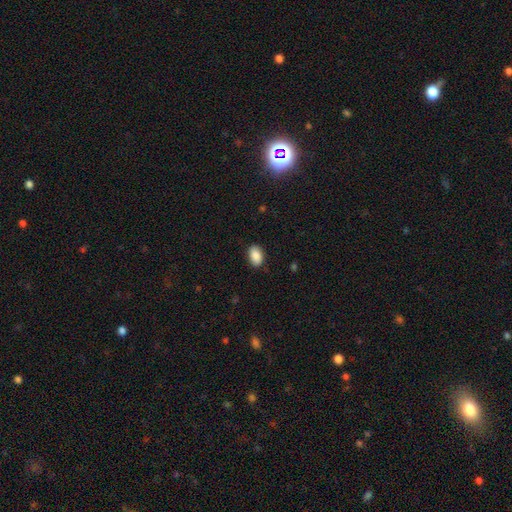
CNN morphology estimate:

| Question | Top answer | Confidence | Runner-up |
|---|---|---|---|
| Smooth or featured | smooth | 89% | star or artifact (7%) |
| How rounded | in between | 91% | round (8%) |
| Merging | none | 86% | minor disturbance (11%) |